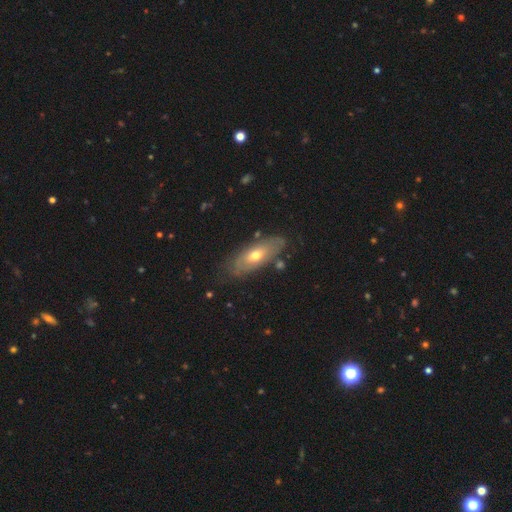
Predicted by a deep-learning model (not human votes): A featured or disk galaxy (47%, tied with smooth).

Vote fractions:
- Smooth or featured? featured or disk: 47% (tied) / smooth: 47% (tied) / star or artifact: 6%
- Merging? none: 75% / minor disturbance: 17% / major disturbance: 5% / merger: 3%